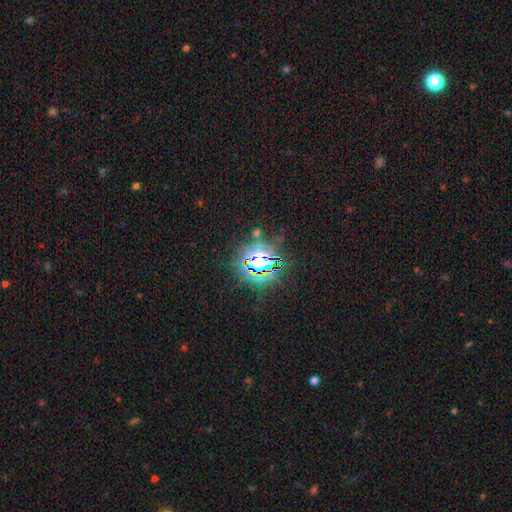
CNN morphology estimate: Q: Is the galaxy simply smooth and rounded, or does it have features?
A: star or artifact — 83%.